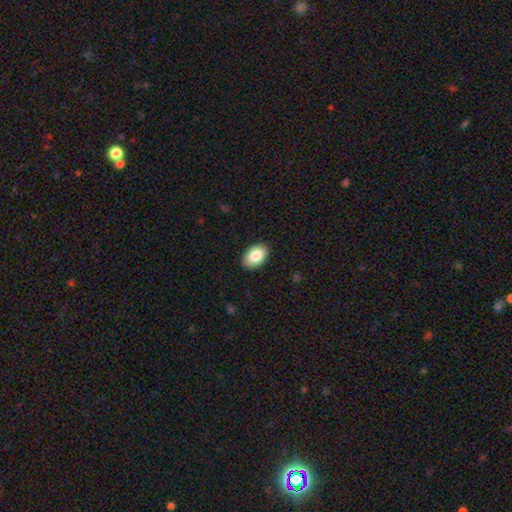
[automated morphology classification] A smooth galaxy with no disk features (87%) that is in between round and cigar-shaped (91%). Merging: none (89%).